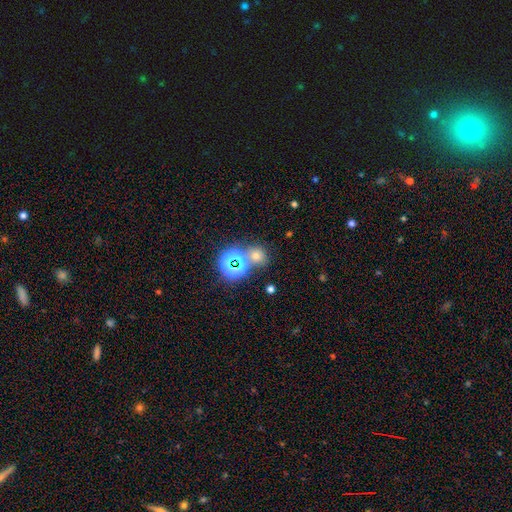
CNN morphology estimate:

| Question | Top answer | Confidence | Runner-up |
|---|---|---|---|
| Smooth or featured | smooth | 52% | star or artifact (40%) |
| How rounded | round | 82% | in between (17%) |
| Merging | none | 67% | merger (21%) |